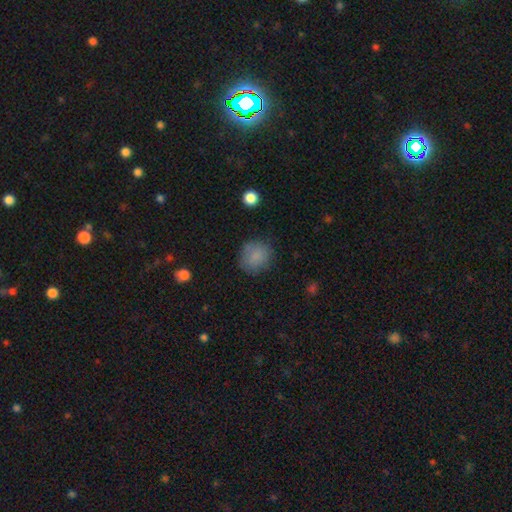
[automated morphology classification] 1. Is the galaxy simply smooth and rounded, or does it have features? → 84% smooth, 9% star or artifact, 7% featured or disk.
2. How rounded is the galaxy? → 83% round, 16% in between, 1% cigar-shaped.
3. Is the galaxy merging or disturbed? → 76% none, 17% minor disturbance, 5% major disturbance, 2% merger.